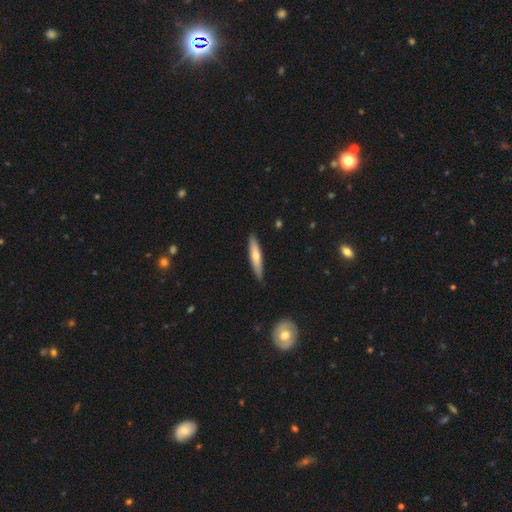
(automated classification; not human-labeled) smooth 59%, featured or disk 36%, star or artifact 5%. Down the decision tree: how rounded — cigar-shaped (85%); merging — none (88%).